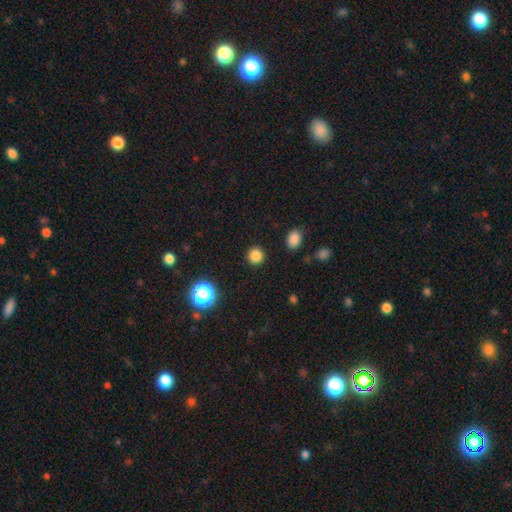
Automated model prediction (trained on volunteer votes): smooth-or-featured: smooth: 84% | star or artifact: 13% | featured or disk: 4%
  how-rounded: round: 92% | in between: 7% | cigar-shaped: 1%
  merging: none: 91% | minor disturbance: 6% | major disturbance: 2% | merger: 1%